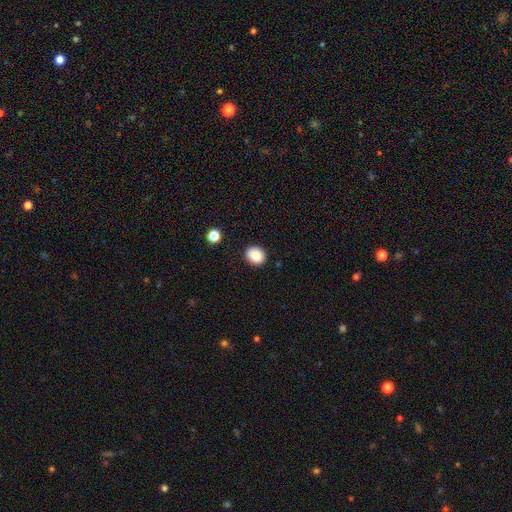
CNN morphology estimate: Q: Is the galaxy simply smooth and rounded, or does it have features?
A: smooth — 87%.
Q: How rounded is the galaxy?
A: round — 63%.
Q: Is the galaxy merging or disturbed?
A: none — 88%.